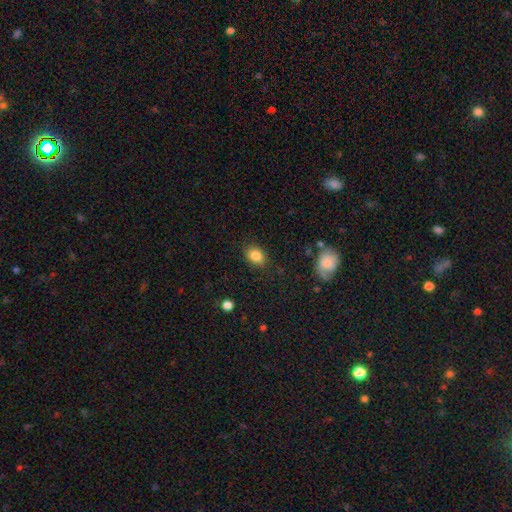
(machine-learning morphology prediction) Smooth or featured?
  - smooth: 85% *
  - star or artifact: 9%
  - featured or disk: 6%
How rounded?
  - in between: 66% *
  - round: 33%
  - cigar-shaped: 1%
Merging?
  - none: 82% *
  - minor disturbance: 13%
  - major disturbance: 3%
  - merger: 1%